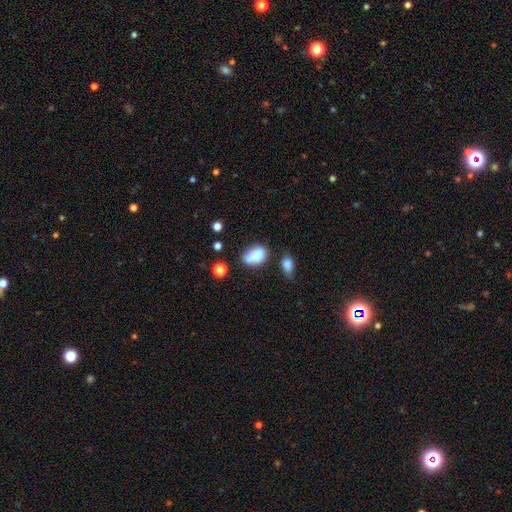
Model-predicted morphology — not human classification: Overall: smooth (70%). How rounded: in between (80%). Merging: none (40%; merger 28%).